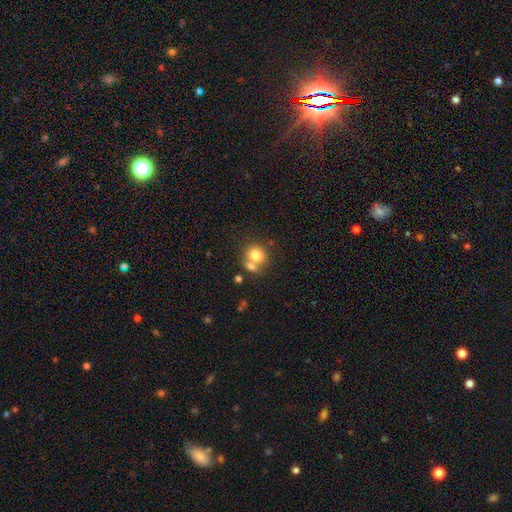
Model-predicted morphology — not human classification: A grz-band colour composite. It shows a smooth galaxy with no disk features (77%) that is round (69%). Merging: none (44%).